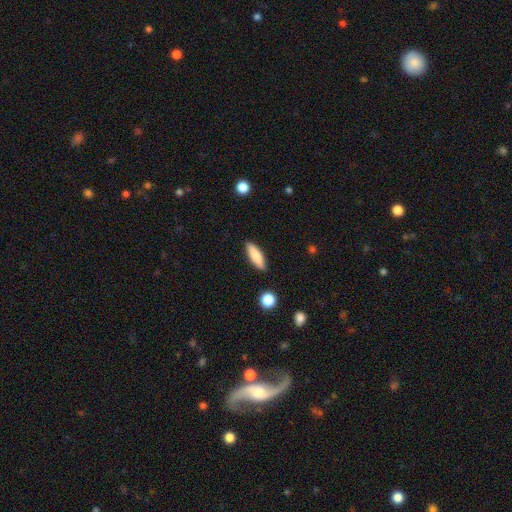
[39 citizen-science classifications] Morphology: type=smooth (69%); roundness=cigar-shaped (67%); merging=none (87%).